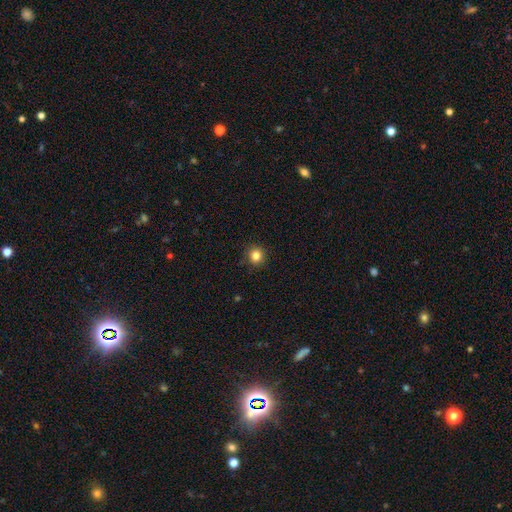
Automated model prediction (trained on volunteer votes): smooth-or-featured: smooth: 84% | star or artifact: 12% | featured or disk: 4%
  how-rounded: round: 91% | in between: 8% | cigar-shaped: 1%
  merging: none: 90% | minor disturbance: 7% | major disturbance: 2% | merger: 1%